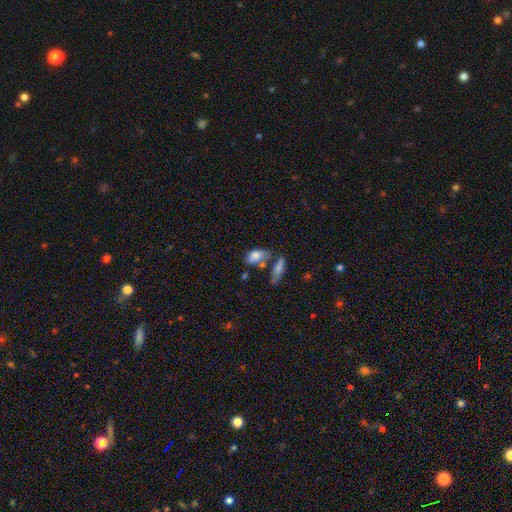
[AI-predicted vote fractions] smooth_or_featured: smooth (p=0.77) [alt: featured or disk p=0.16]
how_rounded: in between (p=0.89) [alt: cigar-shaped p=0.06]
merging: none (p=0.41) [alt: merger p=0.27]